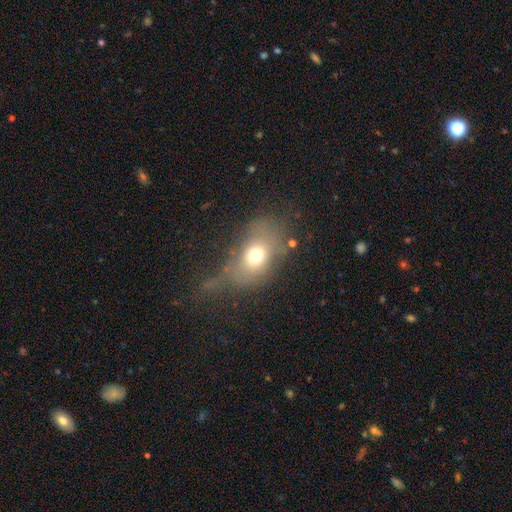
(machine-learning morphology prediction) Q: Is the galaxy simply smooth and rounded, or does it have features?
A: smooth — 67%.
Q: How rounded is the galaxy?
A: in between — 68%.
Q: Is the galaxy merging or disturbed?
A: major disturbance — 38%.